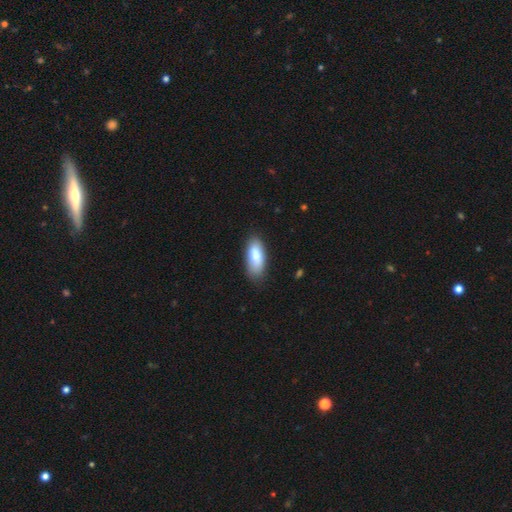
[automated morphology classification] Q: Smooth or featured?
A: smooth (84%); runner-up: featured or disk (10%)
Q: How rounded?
A: in between (80%); runner-up: cigar-shaped (18%)
Q: Merging?
A: none (81%); runner-up: minor disturbance (14%)